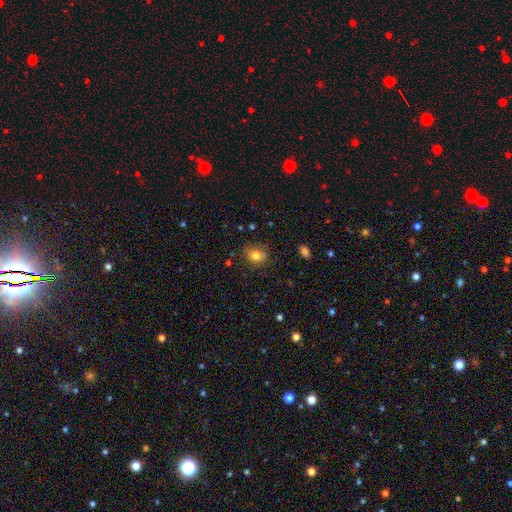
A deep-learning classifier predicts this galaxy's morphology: Smooth or featured: smooth — 77% (star or artifact — 13%)
How rounded: round — 64% (in between — 35%)
Merging: none — 68% (minor disturbance — 21%)